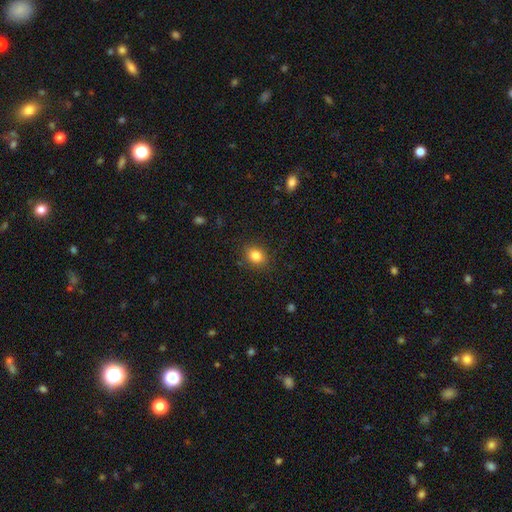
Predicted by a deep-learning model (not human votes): smooth_or_featured: smooth (p=0.83) [alt: star or artifact p=0.11]
how_rounded: round (p=0.52) [alt: in between p=0.47]
merging: none (p=0.87) [alt: minor disturbance p=0.09]